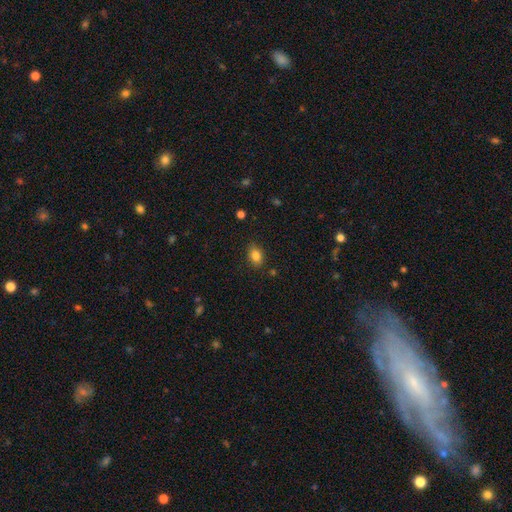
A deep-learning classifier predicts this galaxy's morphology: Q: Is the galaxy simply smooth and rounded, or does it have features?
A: smooth — 83%.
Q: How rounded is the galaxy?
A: in between — 80%.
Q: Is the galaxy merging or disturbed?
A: none — 83%.